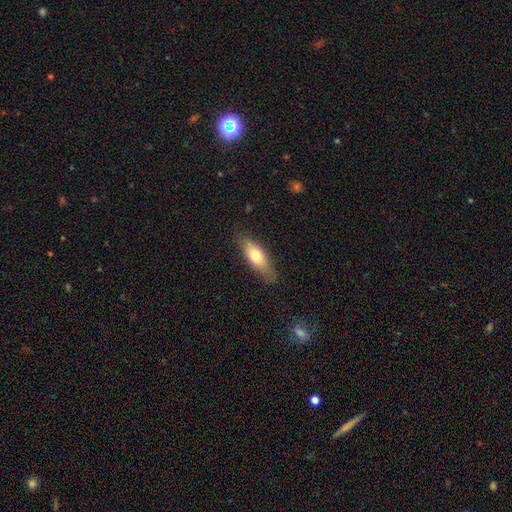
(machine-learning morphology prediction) smooth_or_featured: smooth (p=0.67) [alt: featured or disk p=0.27]
how_rounded: in between (p=0.58) [alt: cigar-shaped p=0.39]
merging: none (p=0.79) [alt: minor disturbance p=0.16]